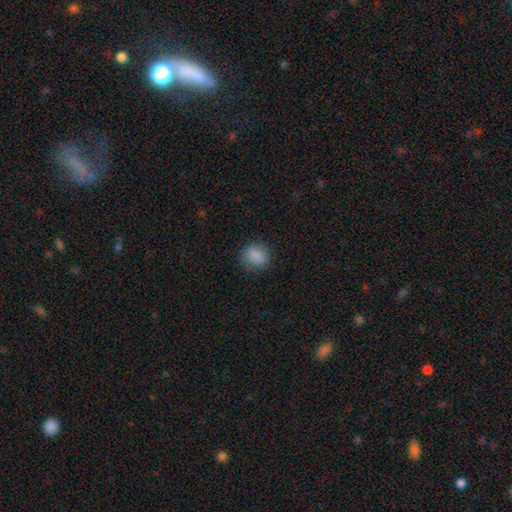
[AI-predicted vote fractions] This appears to be a smooth galaxy with no disk features (86%) that is round (76%). Merging: none (79%).